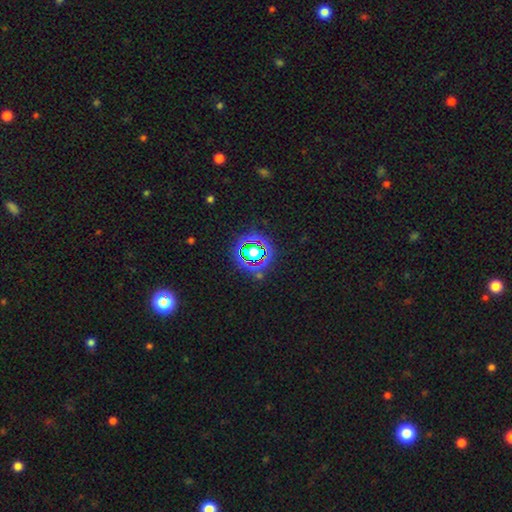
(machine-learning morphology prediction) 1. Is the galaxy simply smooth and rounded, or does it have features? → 64% star or artifact, 23% smooth, 13% featured or disk.